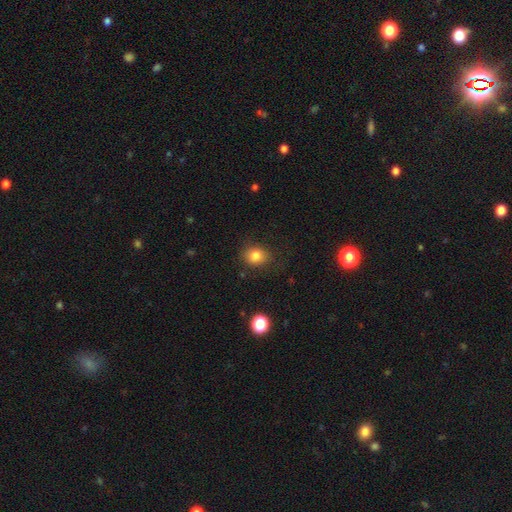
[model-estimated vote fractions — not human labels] Overall: smooth (82%). How rounded: round (60%; in between 39%). Merging: none (80%).